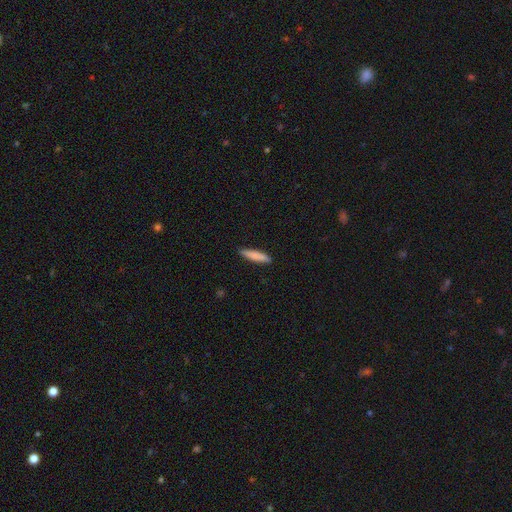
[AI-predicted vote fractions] Smooth or featured: smooth — 83% (featured or disk — 11%)
How rounded: cigar-shaped — 85% (in between — 13%)
Merging: none — 90% (minor disturbance — 8%)